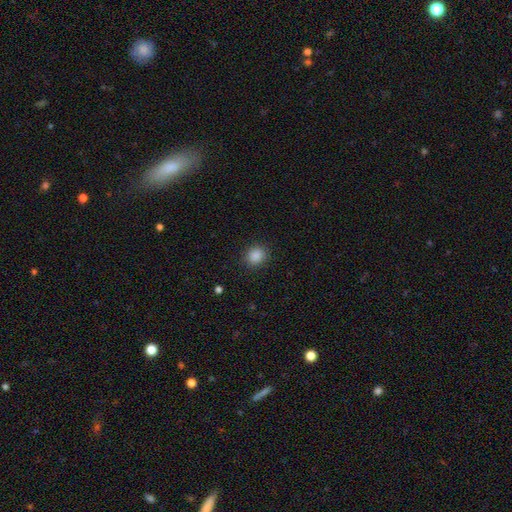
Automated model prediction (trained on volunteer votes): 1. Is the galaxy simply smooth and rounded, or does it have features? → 87% smooth, 10% star or artifact, 3% featured or disk.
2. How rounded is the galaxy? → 76% round, 23% in between, 1% cigar-shaped.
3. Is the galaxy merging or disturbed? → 89% none, 7% minor disturbance, 3% major disturbance, 1% merger.